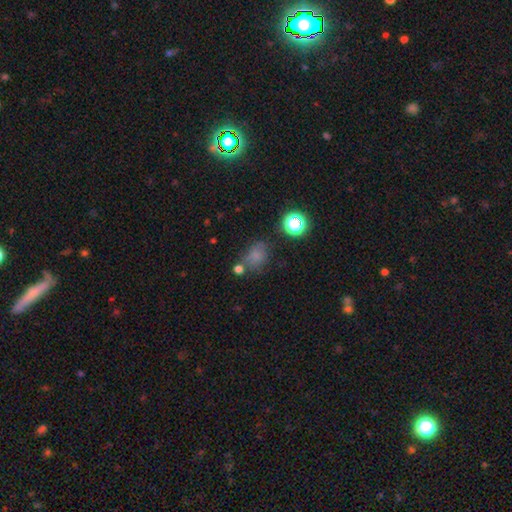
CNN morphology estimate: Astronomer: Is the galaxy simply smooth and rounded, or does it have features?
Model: smooth — 69%.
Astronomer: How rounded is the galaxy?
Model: in between — 58% (runner-up: round, 41%).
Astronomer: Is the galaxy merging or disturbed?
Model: none — 55%.